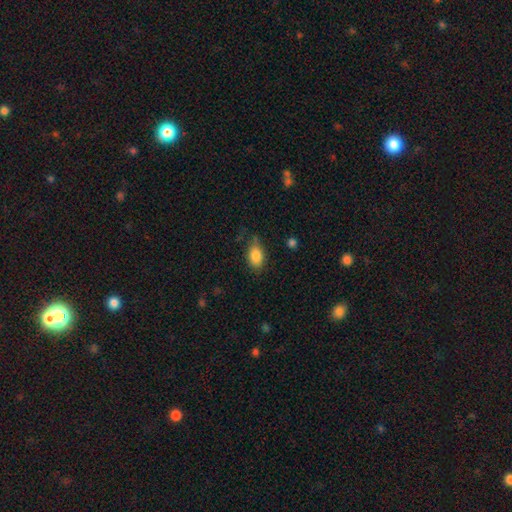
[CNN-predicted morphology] smooth-or-featured: smooth: 86% | star or artifact: 8% | featured or disk: 6%
  how-rounded: in between: 86% | round: 11% | cigar-shaped: 2%
  merging: none: 70% | minor disturbance: 23% | major disturbance: 6% | merger: 2%